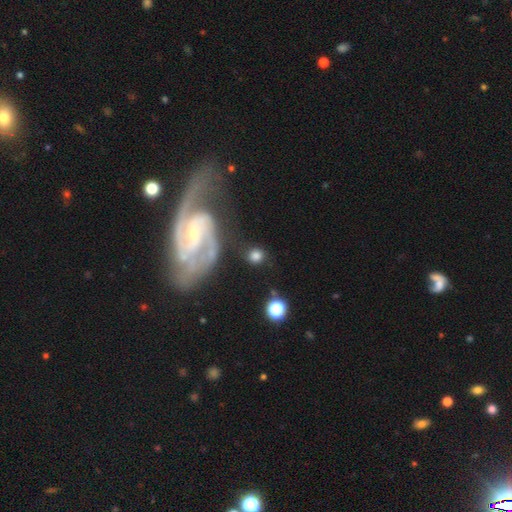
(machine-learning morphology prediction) This appears to be a smooth galaxy with no disk features (67%) that is round (84%). Merging: none (74%).